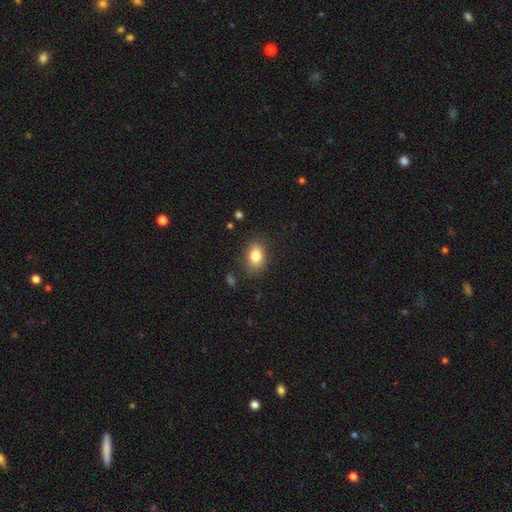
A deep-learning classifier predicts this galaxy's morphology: Q: Smooth or featured?
A: smooth (82%); runner-up: star or artifact (10%)
Q: How rounded?
A: in between (73%); runner-up: round (26%)
Q: Merging?
A: none (83%); runner-up: minor disturbance (12%)